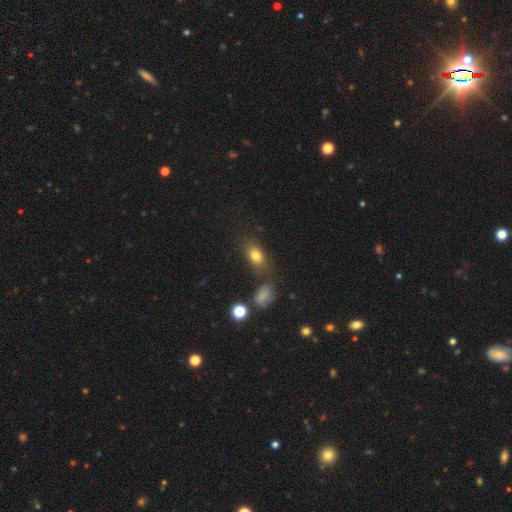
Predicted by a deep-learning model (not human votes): This appears to be a smooth galaxy with no disk features (76%) that is in between round and cigar-shaped (78%). Merging: none (67%).